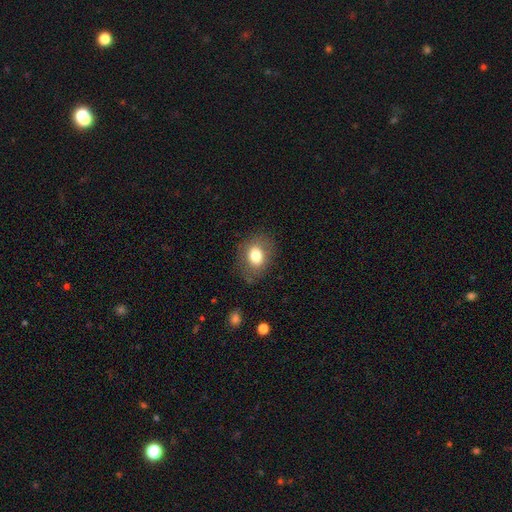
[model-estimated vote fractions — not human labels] smooth 76%, featured or disk 15%, star or artifact 9%. Down the decision tree: how rounded — in between (62%); merging — none (79%).